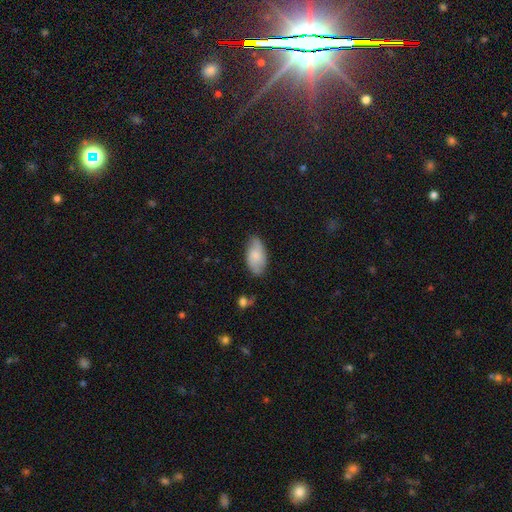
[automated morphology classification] smooth_or_featured: smooth (p=0.62) [alt: featured or disk p=0.32]
how_rounded: in between (p=0.93) [alt: cigar-shaped p=0.04]
merging: none (p=0.74) [alt: minor disturbance p=0.21]